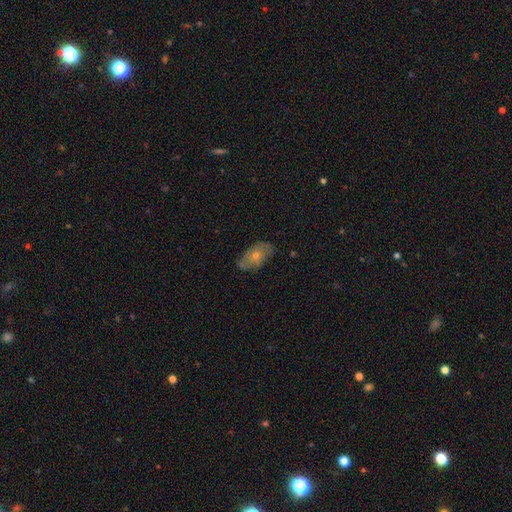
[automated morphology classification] Smooth or featured?
  - featured or disk: 50% *
  - smooth: 40%
  - star or artifact: 11%
Merging?
  - none: 76% *
  - minor disturbance: 19%
  - major disturbance: 4%
  - merger: 2%